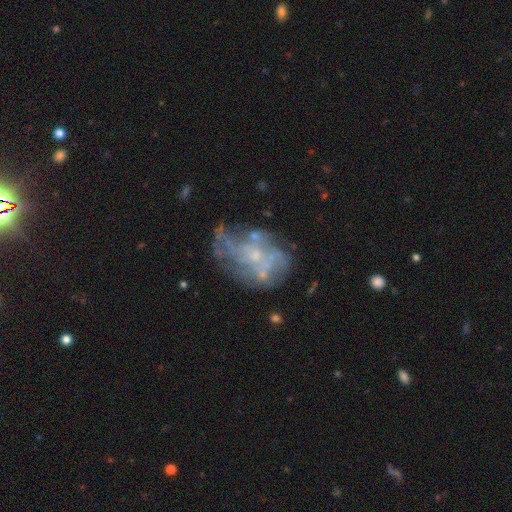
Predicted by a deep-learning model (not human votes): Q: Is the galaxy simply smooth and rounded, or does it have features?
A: featured or disk — 72%.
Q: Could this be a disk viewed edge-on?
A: no — 97%.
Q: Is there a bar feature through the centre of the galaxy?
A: no — 79%.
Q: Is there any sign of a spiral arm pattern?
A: no — 50%, tied with yes.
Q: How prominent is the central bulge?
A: small — 64%.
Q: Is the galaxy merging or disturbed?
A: none — 48%.